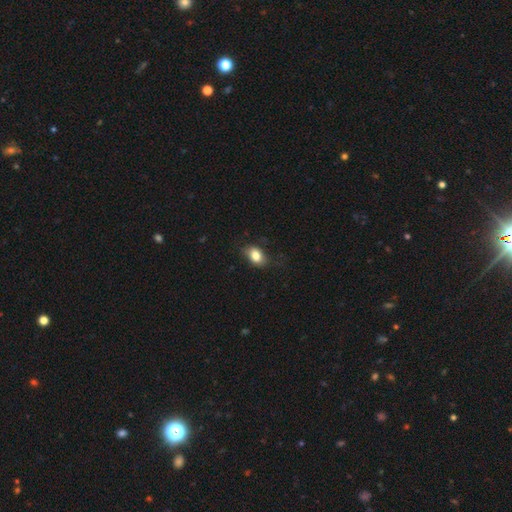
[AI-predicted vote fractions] Overall: smooth (83%). How rounded: in between (83%). Merging: none (75%).